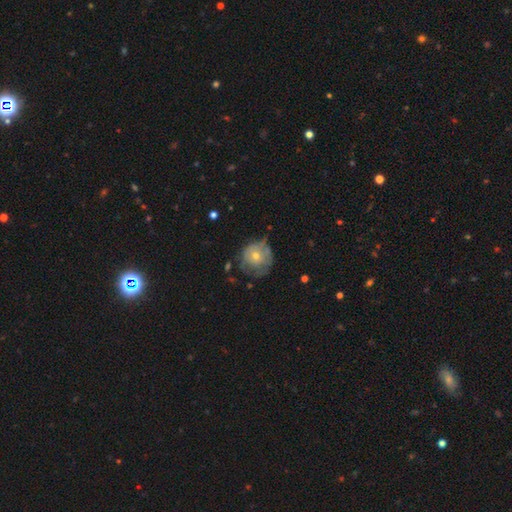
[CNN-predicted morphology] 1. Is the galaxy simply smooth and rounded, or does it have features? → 46% featured or disk, 45% smooth, 9% star or artifact.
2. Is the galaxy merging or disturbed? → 56% none, 29% minor disturbance, 13% major disturbance, 2% merger.